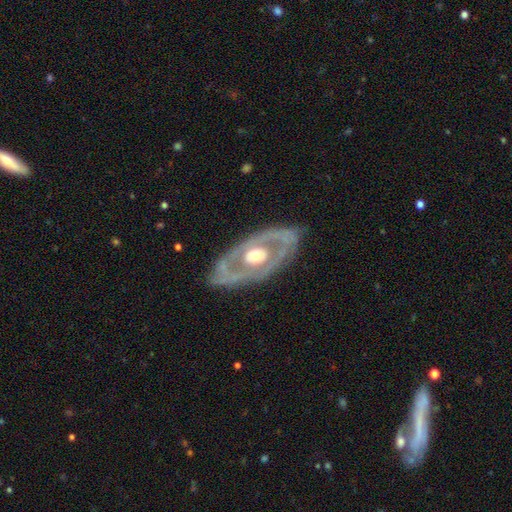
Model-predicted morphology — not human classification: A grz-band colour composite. It shows a featured or disk galaxy (78%) with no bar (81%), no spiral arms (62%) and a moderate central bulge (70%). Merging: none (78%).